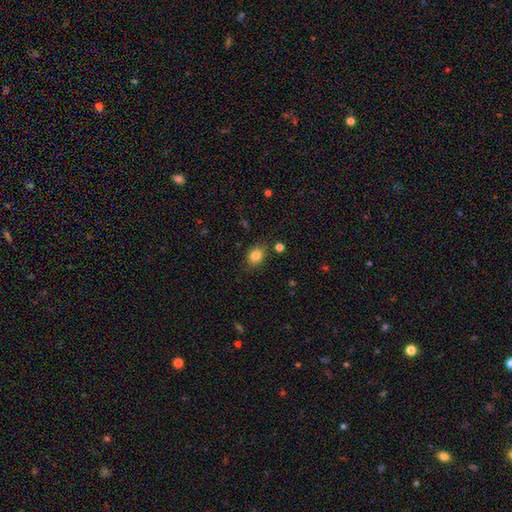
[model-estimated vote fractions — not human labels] Smooth or featured? Predicted: smooth (p=0.83). How rounded? Predicted: in between (p=0.59). Merging? Predicted: none (p=0.82).